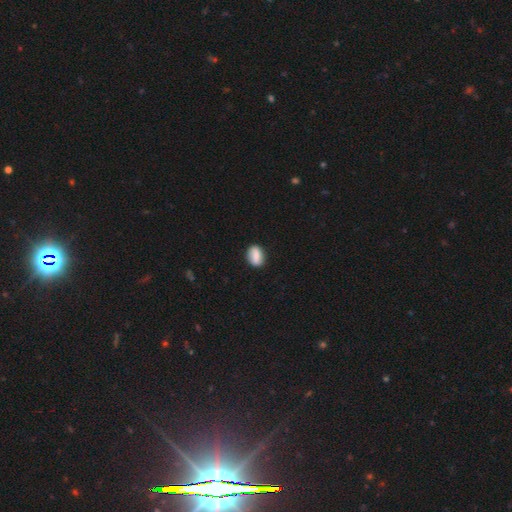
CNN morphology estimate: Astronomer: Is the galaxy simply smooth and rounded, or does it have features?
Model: smooth — 78%.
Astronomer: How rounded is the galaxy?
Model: in between — 72%.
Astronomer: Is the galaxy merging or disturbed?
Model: none — 85%.